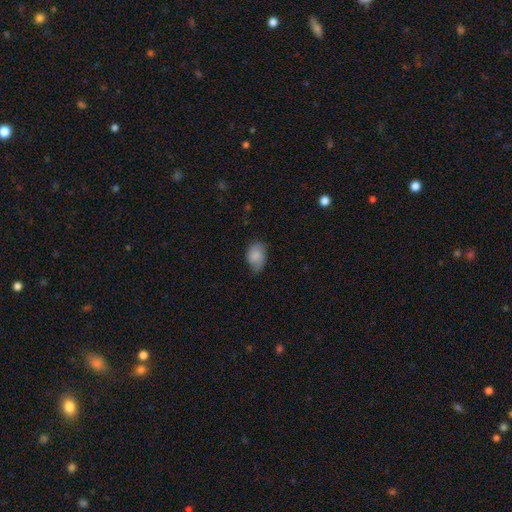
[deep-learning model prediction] Smooth or featured: smooth — 80% (featured or disk — 13%)
How rounded: in between — 84% (round — 15%)
Merging: none — 60% (minor disturbance — 31%)